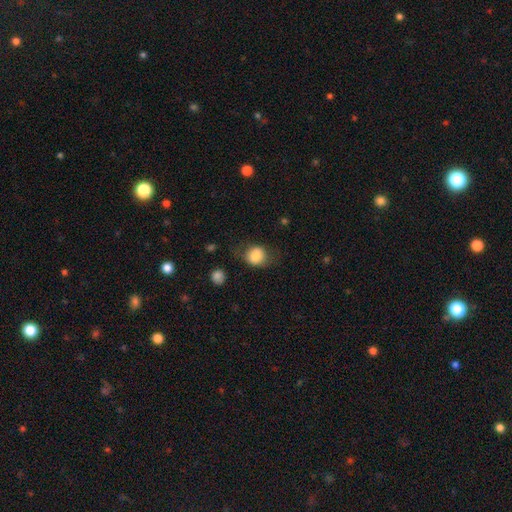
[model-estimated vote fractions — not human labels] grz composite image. It shows a smooth galaxy with no disk features (82%) that is round (65%). Merging: none (62%).